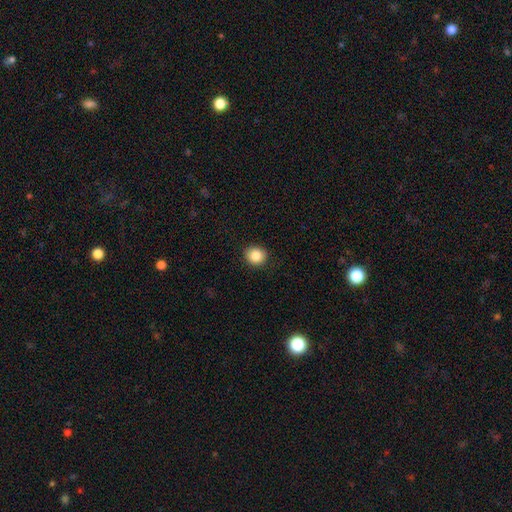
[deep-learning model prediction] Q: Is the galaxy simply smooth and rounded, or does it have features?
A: smooth — 86%.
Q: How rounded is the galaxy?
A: round — 86%.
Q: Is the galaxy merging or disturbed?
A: none — 90%.